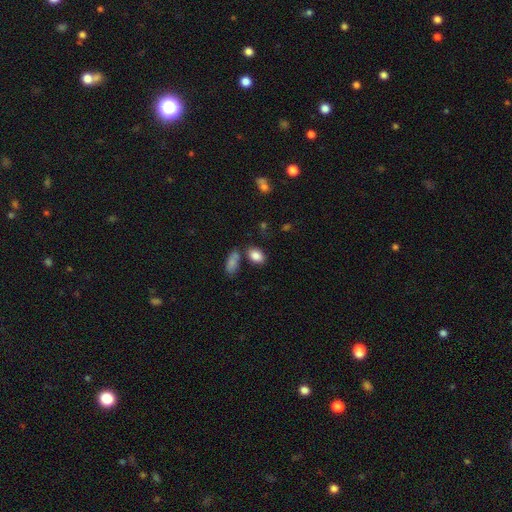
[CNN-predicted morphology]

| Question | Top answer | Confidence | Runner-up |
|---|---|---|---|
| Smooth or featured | smooth | 86% | star or artifact (8%) |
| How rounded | in between | 89% | round (10%) |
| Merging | none | 68% | merger (15%) |